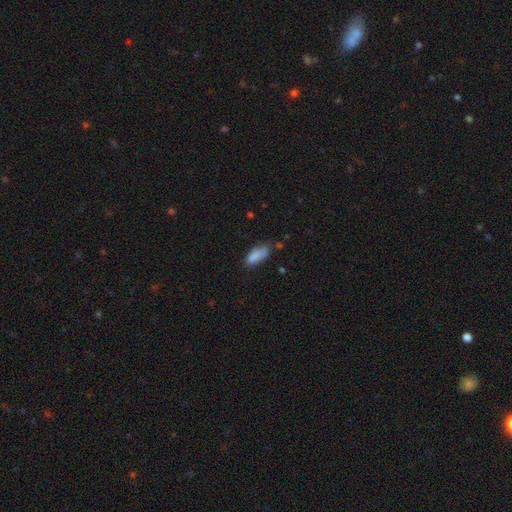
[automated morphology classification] smooth 79%, featured or disk 11%, star or artifact 9%. Down the decision tree: how rounded — in between (82%); merging — none (48%).